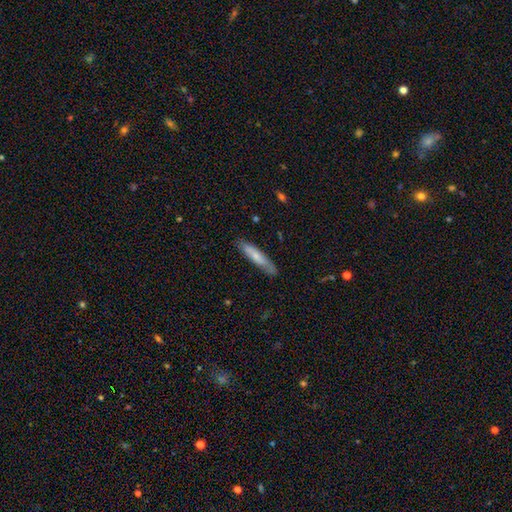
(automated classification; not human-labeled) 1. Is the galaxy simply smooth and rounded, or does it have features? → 63% smooth, 31% featured or disk, 6% star or artifact.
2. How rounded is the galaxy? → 85% cigar-shaped, 14% in between, 1% round.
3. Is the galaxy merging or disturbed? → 81% none, 15% minor disturbance, 3% major disturbance, 1% merger.